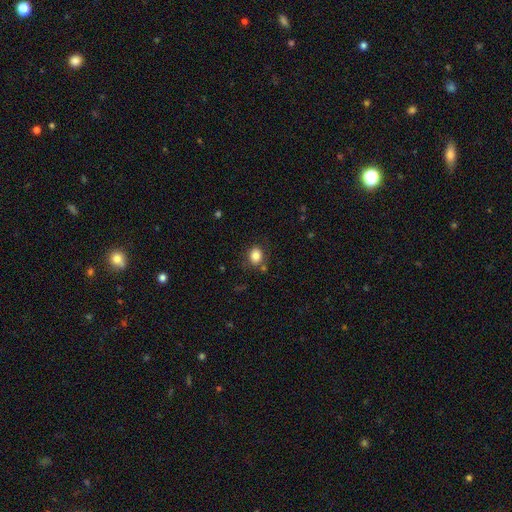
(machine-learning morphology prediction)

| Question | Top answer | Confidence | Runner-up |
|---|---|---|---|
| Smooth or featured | smooth | 83% | star or artifact (10%) |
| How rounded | round | 62% | in between (37%) |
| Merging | none | 79% | minor disturbance (12%) |